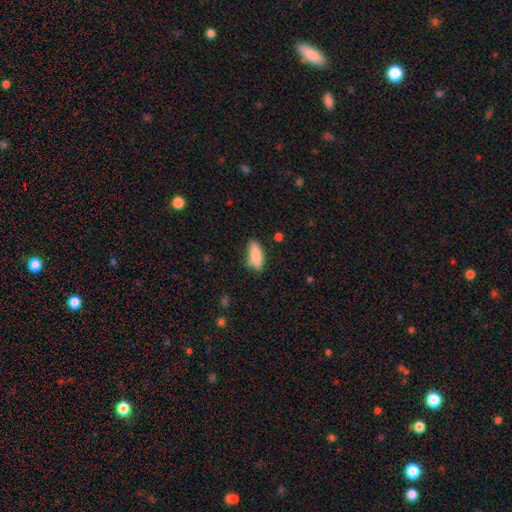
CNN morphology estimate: A smooth galaxy with no disk features (84%) that is in between round and cigar-shaped (72%). Merging: none (74%).